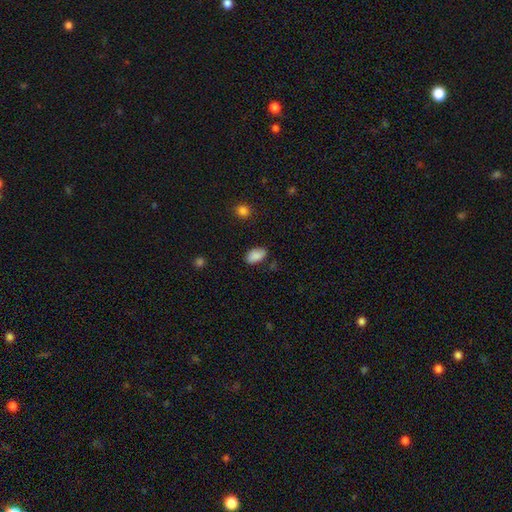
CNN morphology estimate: The model was most divided on "merging": none: 79%, minor disturbance: 16%, major disturbance: 3%, merger: 2%. More confident: how rounded — in between (93%); smooth or featured — smooth (88%).